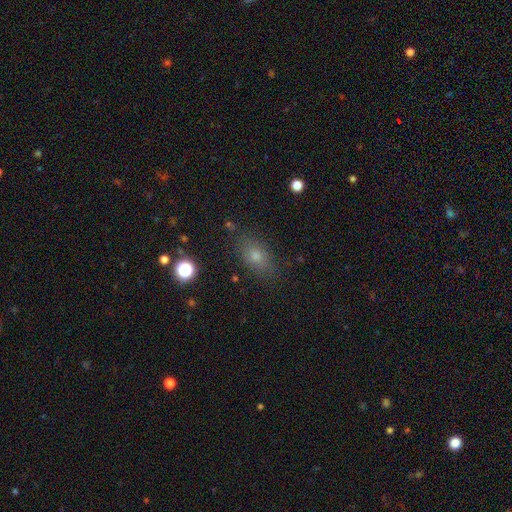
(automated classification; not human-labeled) Smooth or featured: smooth — 68% (star or artifact — 18%)
How rounded: in between — 76% (round — 18%)
Merging: none — 82% (minor disturbance — 12%)